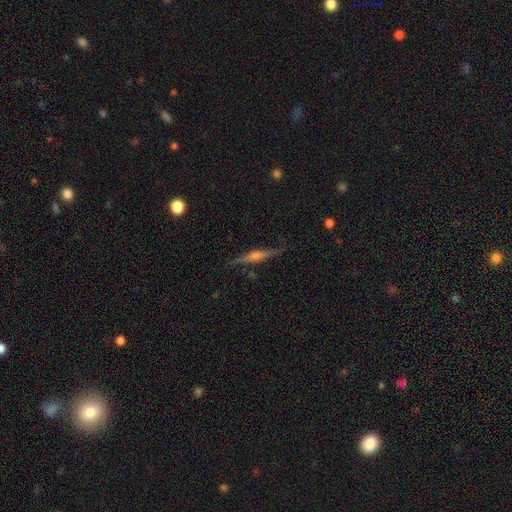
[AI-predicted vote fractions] Morphology: type=featured or disk (76%); edge-on=yes (97%); edge-on bulge=rounded (73%); merging=none (86%).